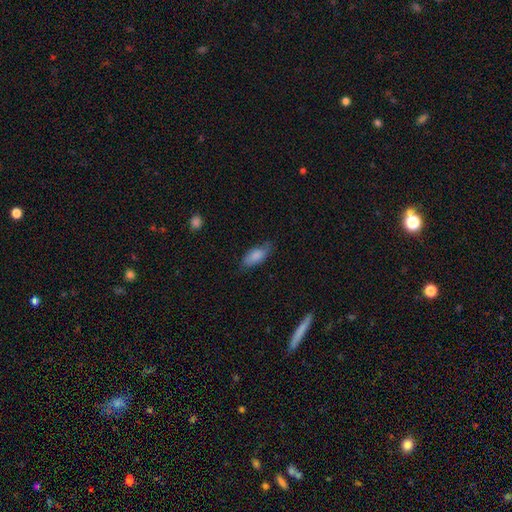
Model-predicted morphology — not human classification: Smooth or featured? Predicted: smooth (p=0.84). How rounded? Predicted: in between (p=0.83). Merging? Predicted: none (p=0.69).